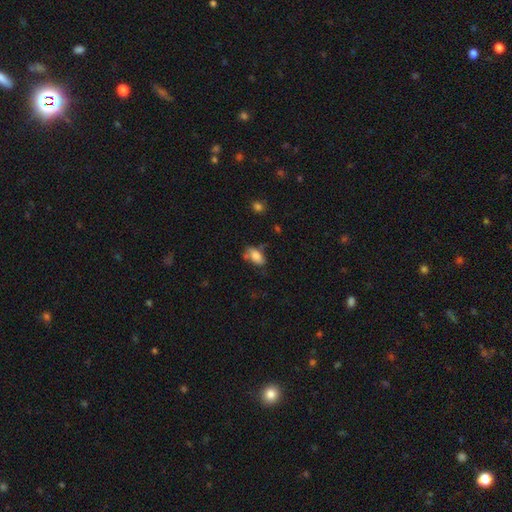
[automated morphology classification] smooth-or-featured: smooth: 80% | featured or disk: 12% | star or artifact: 8%
  how-rounded: in between: 91% | round: 5% | cigar-shaped: 4%
  merging: none: 52% | minor disturbance: 30% | major disturbance: 11% | merger: 7%